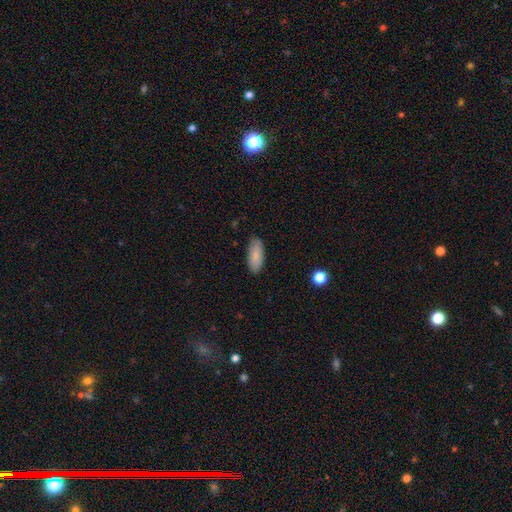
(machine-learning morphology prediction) smooth_or_featured: smooth (p=0.83) [alt: featured or disk p=0.11]
how_rounded: in between (p=0.88) [alt: cigar-shaped p=0.10]
merging: none (p=0.84) [alt: minor disturbance p=0.12]